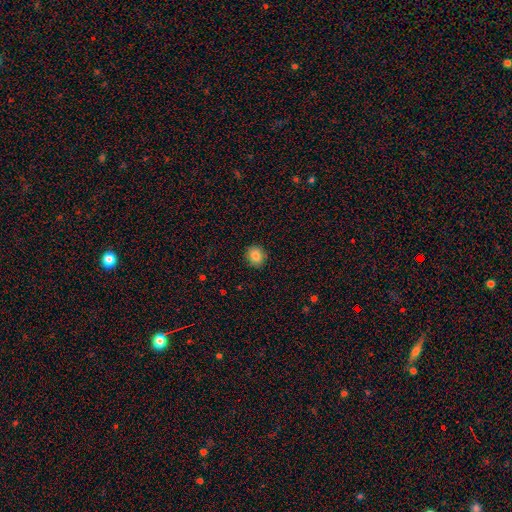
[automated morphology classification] smooth-or-featured: smooth: 85% | star or artifact: 9% | featured or disk: 6%
  how-rounded: round: 80% | in between: 19% | cigar-shaped: 1%
  merging: none: 91% | minor disturbance: 6% | major disturbance: 2% | merger: 1%